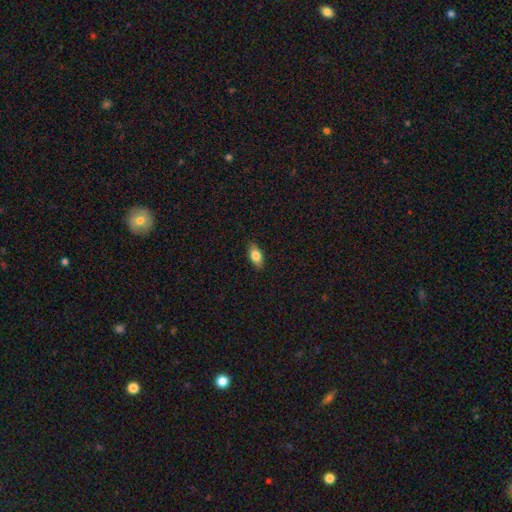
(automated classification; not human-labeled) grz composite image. It shows a smooth galaxy with no disk features (81%) that is in between round and cigar-shaped (88%). Merging: none (87%).